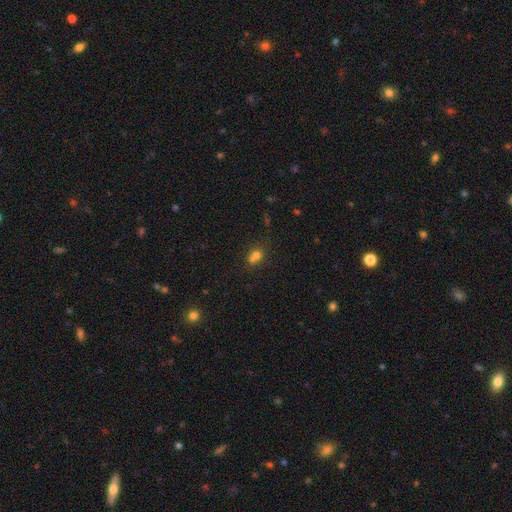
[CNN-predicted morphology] type=smooth (69%); roundness=round (64%); merging=merger (53%).